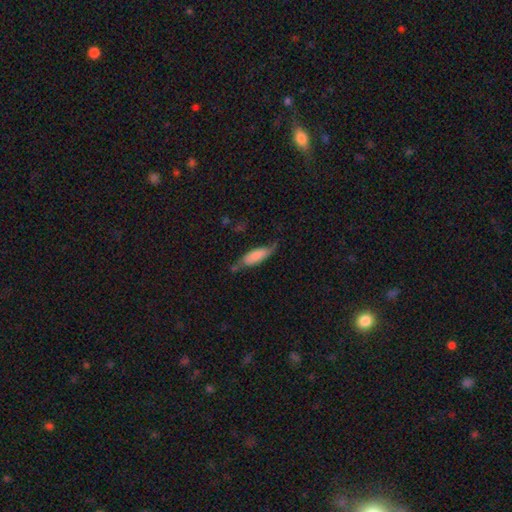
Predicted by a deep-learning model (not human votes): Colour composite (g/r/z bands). It shows a smooth galaxy with no disk features (71%) that is in between round and cigar-shaped (58%). Merging: none (50%).